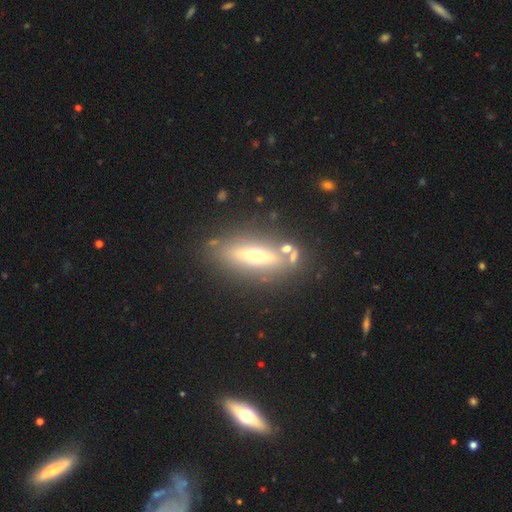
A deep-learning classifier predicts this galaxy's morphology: type=featured or disk (65%); edge-on=yes (74%); merging=none (75%).